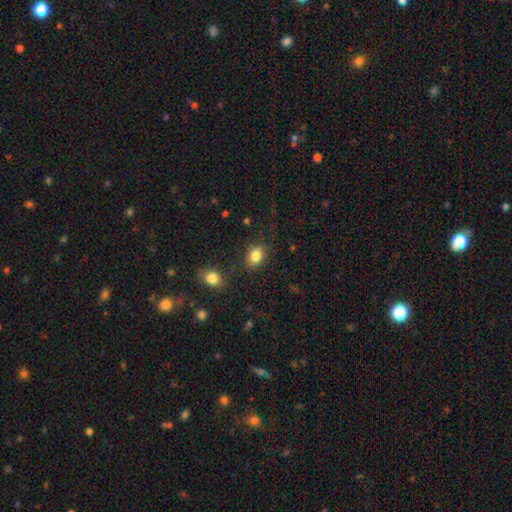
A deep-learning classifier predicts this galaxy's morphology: Smooth or featured: smooth — 84% (star or artifact — 10%)
How rounded: in between — 61% (round — 38%)
Merging: none — 81% (minor disturbance — 11%)